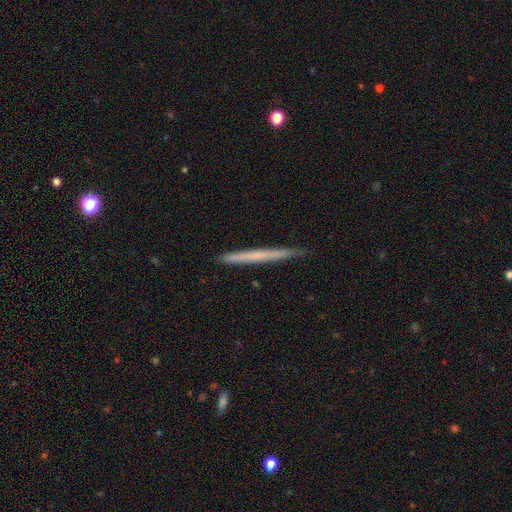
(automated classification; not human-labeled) The model was most divided on "smooth or featured": smooth: 49%, featured or disk: 45%, star or artifact: 6%. More confident: merging — none (90%).